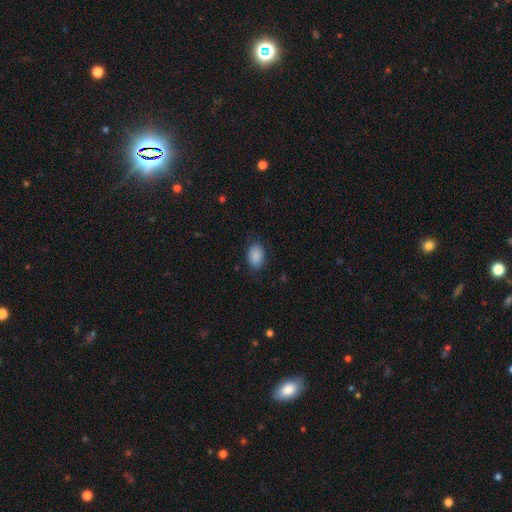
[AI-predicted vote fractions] The model was most divided on "how rounded": in between: 83%, round: 16%, cigar-shaped: 1%. More confident: smooth or featured — smooth (89%); merging — none (82%).